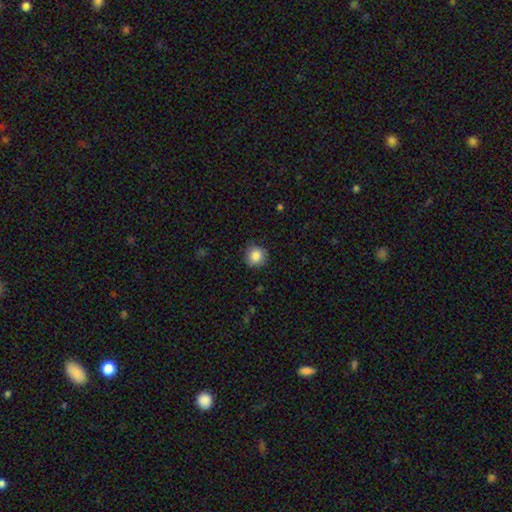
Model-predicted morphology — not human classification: smooth_or_featured: smooth (p=0.87) [alt: star or artifact p=0.09]
how_rounded: round (p=0.91) [alt: in between p=0.08]
merging: none (p=0.84) [alt: minor disturbance p=0.12]